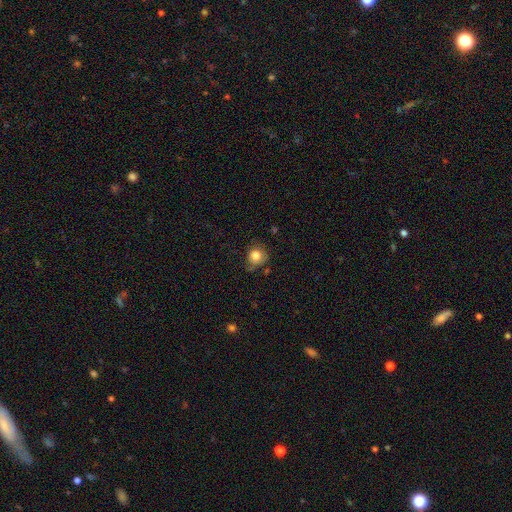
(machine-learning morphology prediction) type=smooth (83%); roundness=round (88%); merging=none (69%).